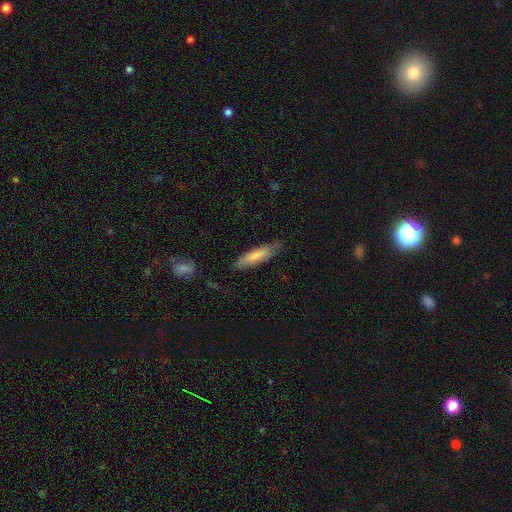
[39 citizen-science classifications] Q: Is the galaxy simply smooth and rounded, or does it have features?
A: smooth — 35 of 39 (90%).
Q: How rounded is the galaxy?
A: cigar-shaped — 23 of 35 (66%).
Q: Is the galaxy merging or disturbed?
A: none — 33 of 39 (85%).